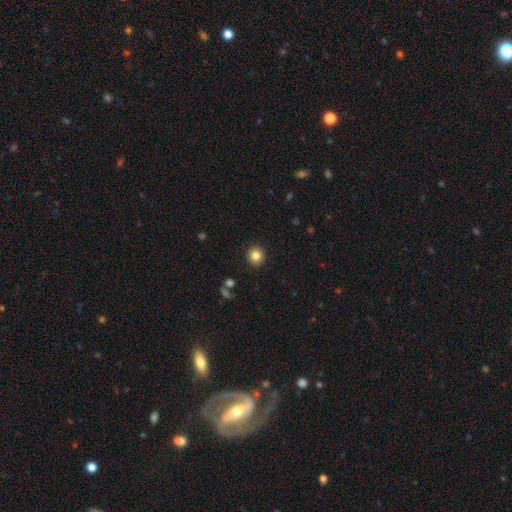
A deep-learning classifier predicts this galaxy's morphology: A smooth galaxy with no disk features (83%) that is round (85%). Merging: none (91%).